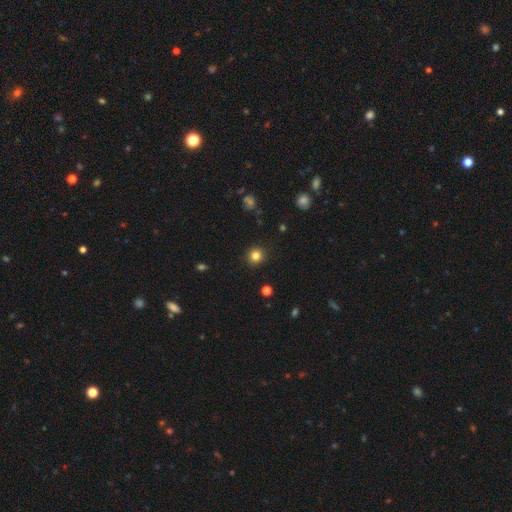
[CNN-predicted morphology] smooth_or_featured: smooth (p=0.82) [alt: star or artifact p=0.13]
how_rounded: round (p=0.91) [alt: in between p=0.08]
merging: none (p=0.91) [alt: minor disturbance p=0.06]